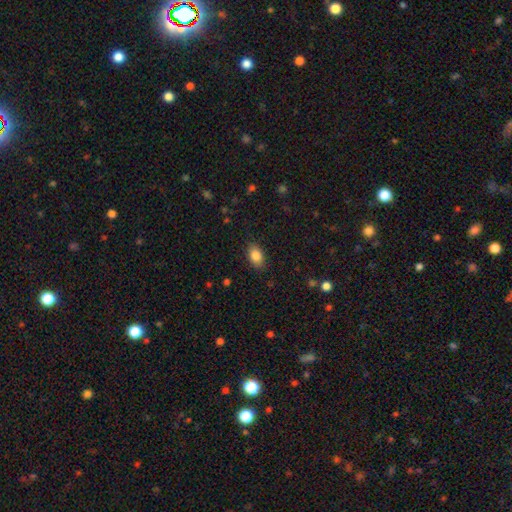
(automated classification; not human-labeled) This appears to be a smooth galaxy with no disk features (86%) that is in between round and cigar-shaped (85%). Merging: none (85%).